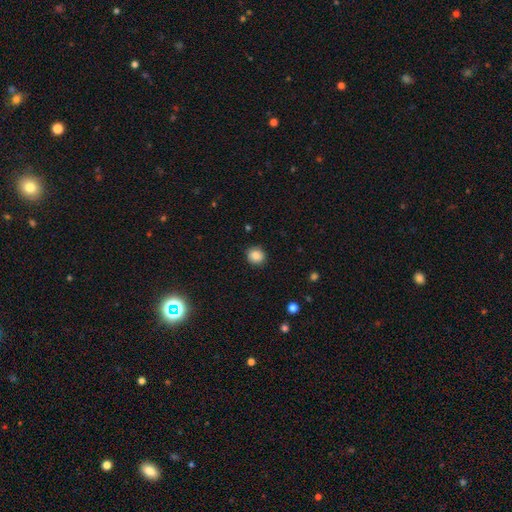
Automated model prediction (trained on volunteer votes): Morphology: type=smooth (87%); roundness=round (87%); merging=none (90%).